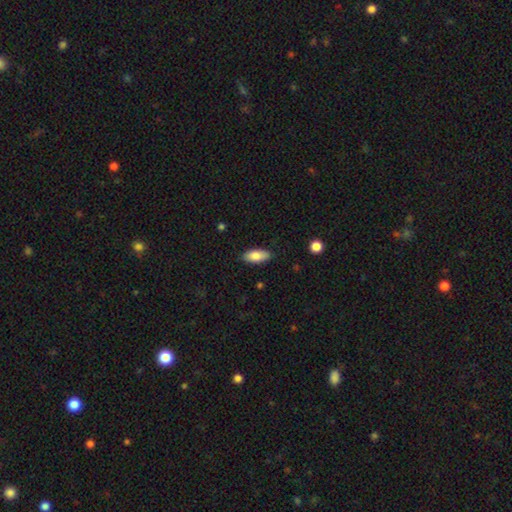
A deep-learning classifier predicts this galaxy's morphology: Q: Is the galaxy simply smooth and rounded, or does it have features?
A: smooth — 83%.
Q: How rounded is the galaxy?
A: in between — 85%.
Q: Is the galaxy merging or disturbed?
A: none — 86%.